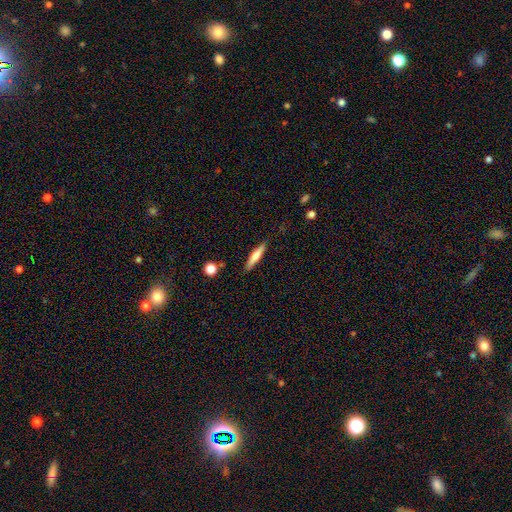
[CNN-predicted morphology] Q: Smooth or featured?
A: smooth (57%); runner-up: featured or disk (36%)
Q: How rounded?
A: cigar-shaped (87%); runner-up: in between (11%)
Q: Merging?
A: none (86%); runner-up: minor disturbance (10%)